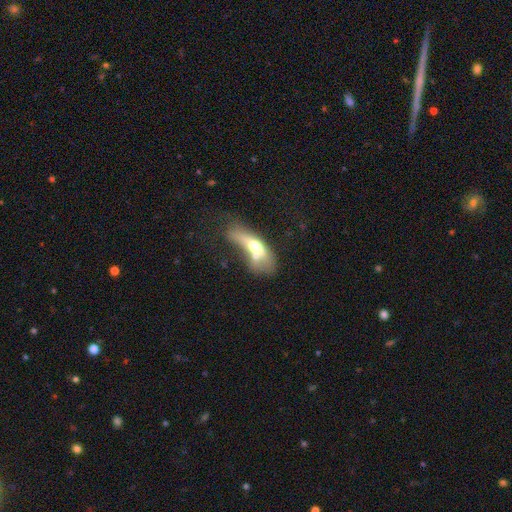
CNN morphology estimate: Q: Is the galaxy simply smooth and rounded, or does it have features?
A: smooth — 52%.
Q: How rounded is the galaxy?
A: in between — 56%.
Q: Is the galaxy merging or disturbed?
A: merger — 43%.